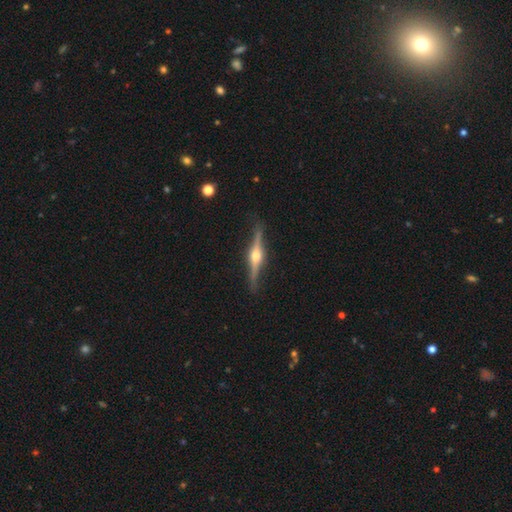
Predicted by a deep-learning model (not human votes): Smooth or featured?
  - featured or disk: 85% *
  - smooth: 10%
  - star or artifact: 5%
Edge-on disk?
  - yes: 98% *
  - no: 2%
Edge-on bulge?
  - rounded: 95% *
  - boxy: 3%
  - none: 2%
Merging?
  - none: 88% *
  - minor disturbance: 9%
  - major disturbance: 2%
  - merger: 1%